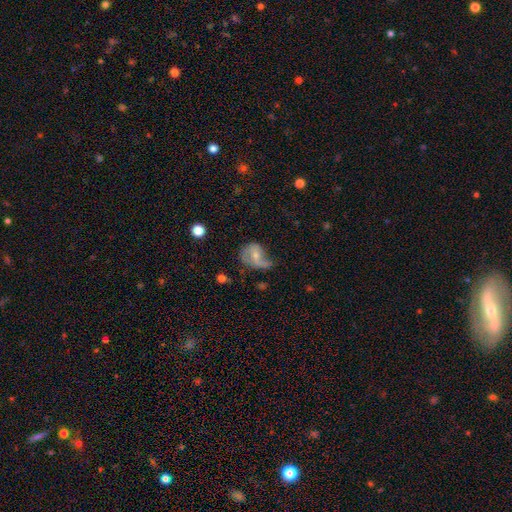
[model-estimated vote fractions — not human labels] This appears to be a featured or disk galaxy (52%) with no bar (54%), spiral arms (68%) and a small central bulge (56%). Merging: major disturbance (39%).